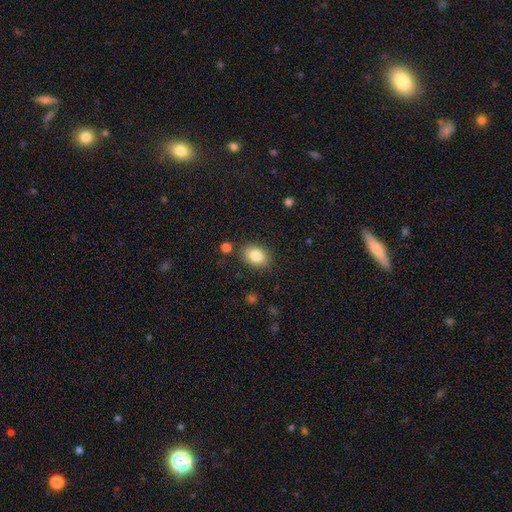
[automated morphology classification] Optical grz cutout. It shows a smooth galaxy with no disk features (84%) that is in between round and cigar-shaped (73%). Merging: none (84%).